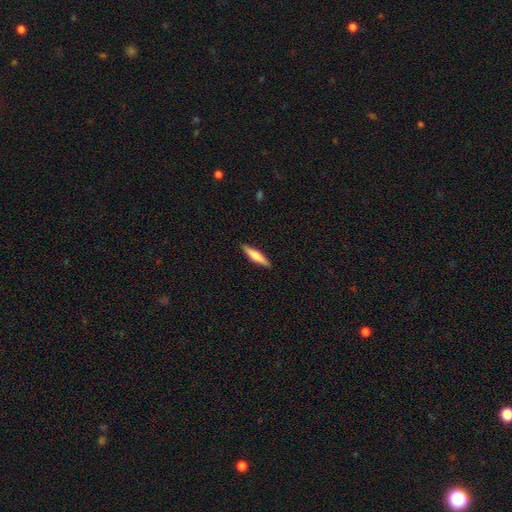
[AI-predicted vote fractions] smooth 63%, featured or disk 32%, star or artifact 6%. Down the decision tree: how rounded — cigar-shaped (86%); merging — none (90%).